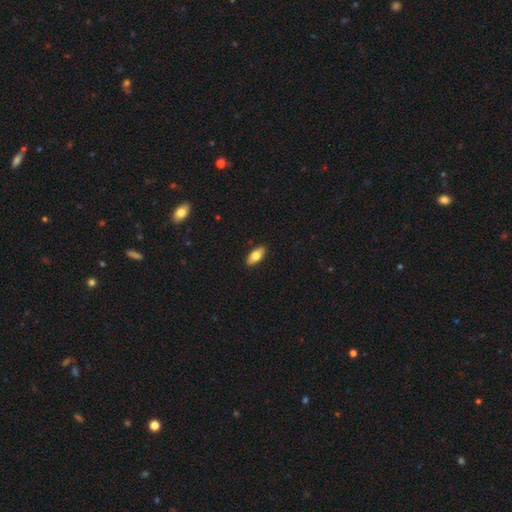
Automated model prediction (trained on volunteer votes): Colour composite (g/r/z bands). It shows a smooth galaxy with no disk features (74%) that is in between round and cigar-shaped (85%). Merging: none (90%).